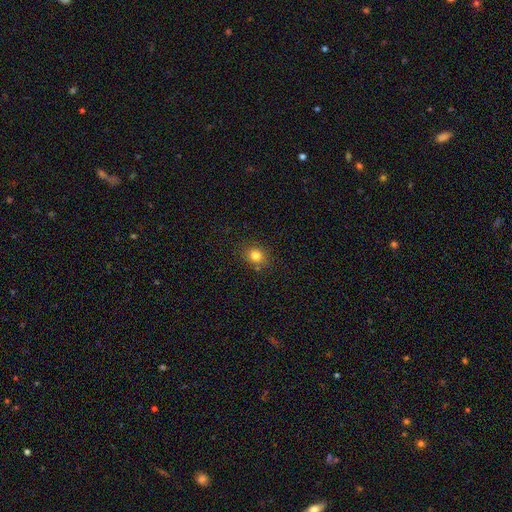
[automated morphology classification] smooth 80%, star or artifact 13%, featured or disk 7%. Down the decision tree: how rounded — round (71%); merging — none (82%).